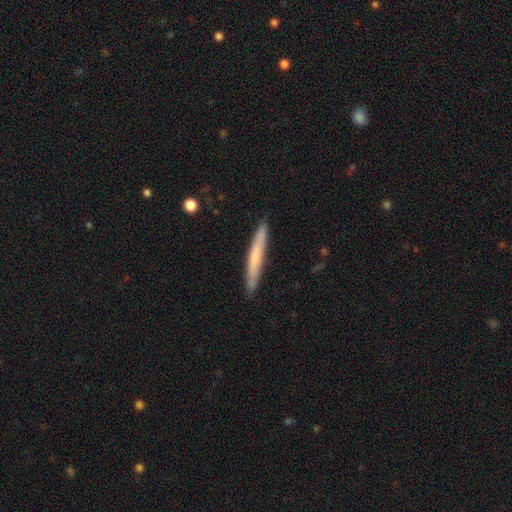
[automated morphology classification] smooth-or-featured: smooth: 59% | featured or disk: 35% | star or artifact: 6%
  how-rounded: cigar-shaped: 97% | in between: 2% | round: 1%
  merging: none: 90% | minor disturbance: 8% | major disturbance: 1% | merger: 1%